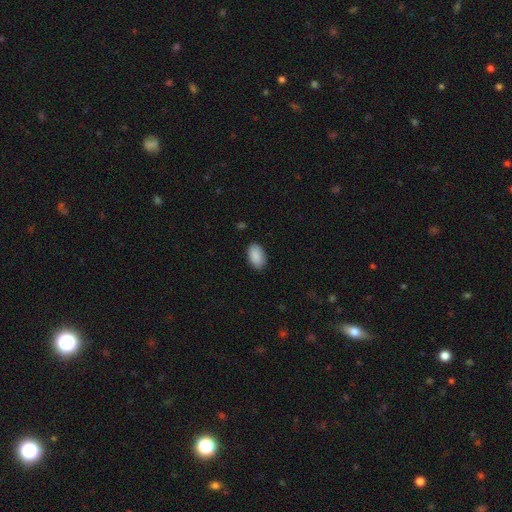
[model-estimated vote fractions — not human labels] Smooth or featured?
  - smooth: 90% *
  - star or artifact: 7%
  - featured or disk: 3%
How rounded?
  - in between: 93% *
  - round: 6%
  - cigar-shaped: 1%
Merging?
  - none: 85% *
  - minor disturbance: 11%
  - major disturbance: 2%
  - merger: 1%